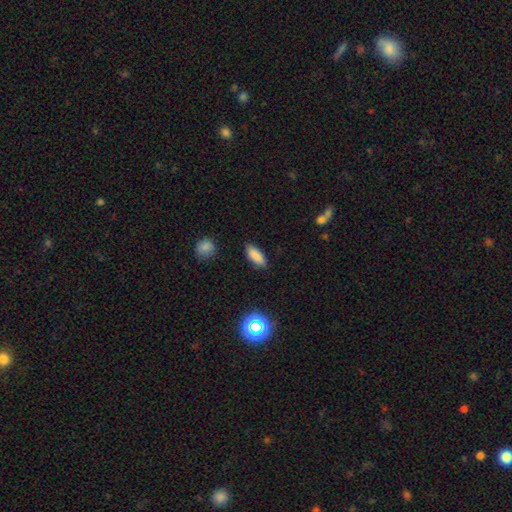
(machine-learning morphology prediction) Smooth or featured: smooth — 84% (star or artifact — 10%)
How rounded: in between — 77% (cigar-shaped — 21%)
Merging: none — 85% (minor disturbance — 11%)